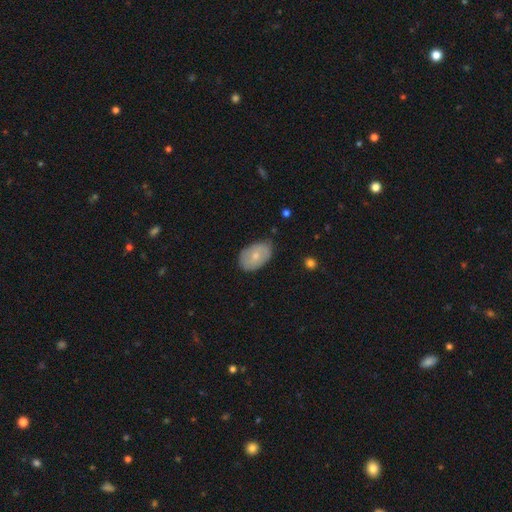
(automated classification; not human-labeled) The model was most divided on "smooth or featured": smooth: 66%, featured or disk: 28%, star or artifact: 6%. More confident: how rounded — in between (89%); merging — none (74%).